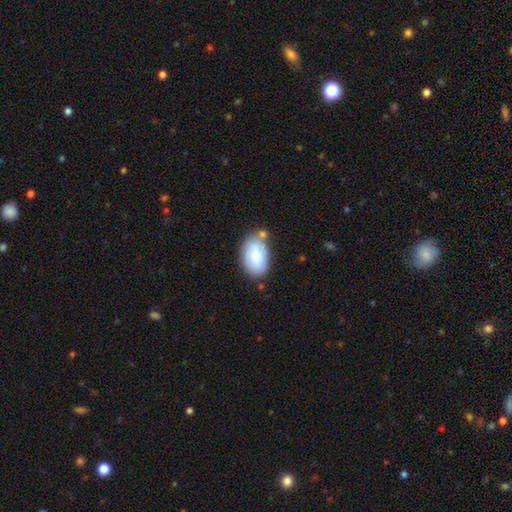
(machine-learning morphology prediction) The model was most divided on "smooth or featured": smooth: 63%, featured or disk: 31%, star or artifact: 6%. More confident: how rounded — in between (91%); merging — none (65%).